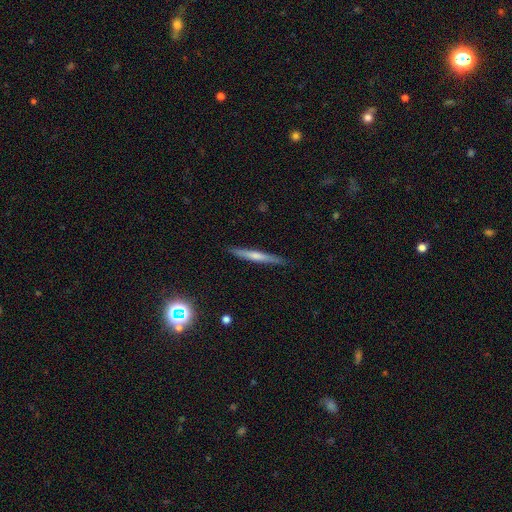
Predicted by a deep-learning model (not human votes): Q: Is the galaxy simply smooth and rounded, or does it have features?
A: smooth — 48%.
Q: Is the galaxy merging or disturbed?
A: none — 89%.